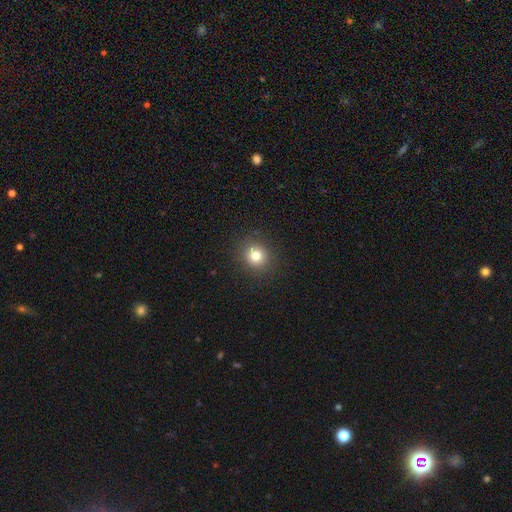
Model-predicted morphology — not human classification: smooth 79%, star or artifact 13%, featured or disk 7%. Down the decision tree: how rounded — round (86%); merging — none (90%).